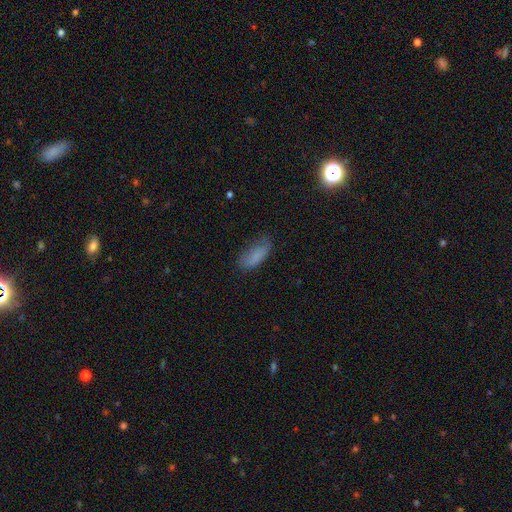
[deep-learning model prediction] Q: Smooth or featured?
A: smooth (81%); runner-up: star or artifact (9%)
Q: How rounded?
A: in between (77%); runner-up: cigar-shaped (21%)
Q: Merging?
A: none (63%); runner-up: minor disturbance (27%)